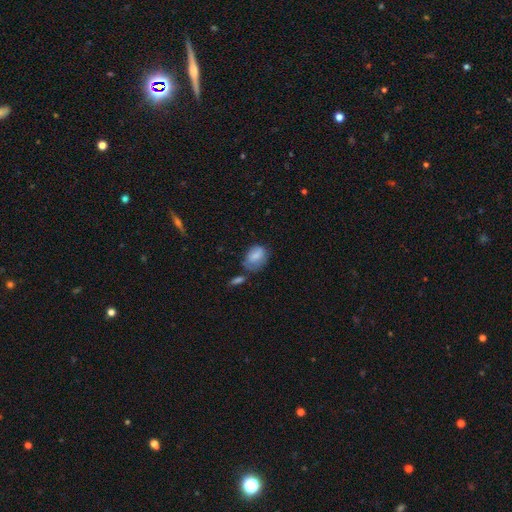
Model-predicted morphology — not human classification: Q: Smooth or featured?
A: smooth (78%); runner-up: featured or disk (14%)
Q: How rounded?
A: in between (79%); runner-up: round (20%)
Q: Merging?
A: none (48%); runner-up: minor disturbance (29%)